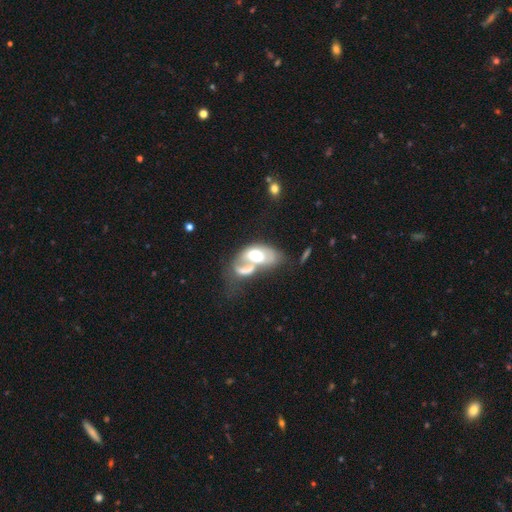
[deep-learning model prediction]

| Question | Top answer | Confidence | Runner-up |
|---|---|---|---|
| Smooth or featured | featured or disk | 48% | smooth (45%) |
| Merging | merger | 62% | major disturbance (18%) |